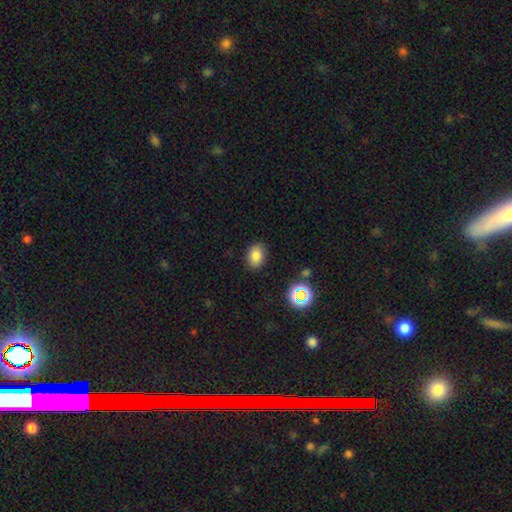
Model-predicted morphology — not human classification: smooth-or-featured: smooth: 80% | star or artifact: 13% | featured or disk: 7%
  how-rounded: in between: 71% | round: 27% | cigar-shaped: 1%
  merging: none: 85% | minor disturbance: 11% | major disturbance: 3% | merger: 2%